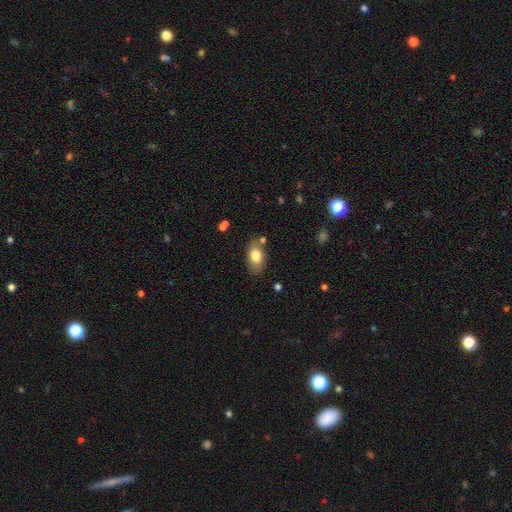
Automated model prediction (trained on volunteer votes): The model was most divided on "merging": none: 75%, minor disturbance: 16%, merger: 5%, major disturbance: 4%. More confident: how rounded — in between (90%); smooth or featured — smooth (78%).